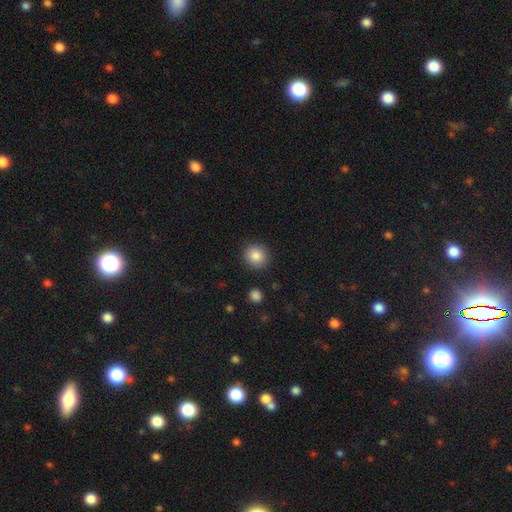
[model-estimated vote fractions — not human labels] Smooth or featured: smooth — 86% (star or artifact — 9%)
How rounded: round — 89% (in between — 10%)
Merging: none — 90% (minor disturbance — 7%)